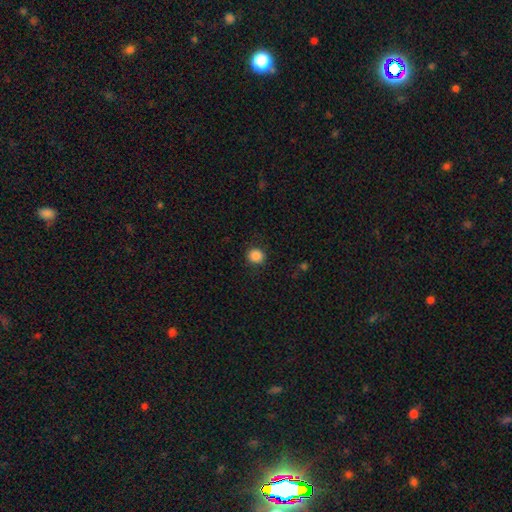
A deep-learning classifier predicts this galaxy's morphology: The model was most divided on "how rounded": round: 85%, in between: 14%, cigar-shaped: 1%. More confident: merging — none (89%); smooth or featured — smooth (87%).